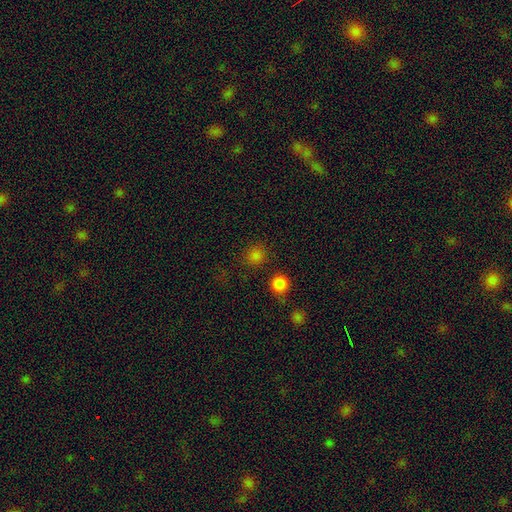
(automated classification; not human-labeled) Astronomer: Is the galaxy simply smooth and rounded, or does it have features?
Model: smooth — 80%.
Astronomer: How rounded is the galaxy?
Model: round — 86%.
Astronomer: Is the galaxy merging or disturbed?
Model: none — 83%.